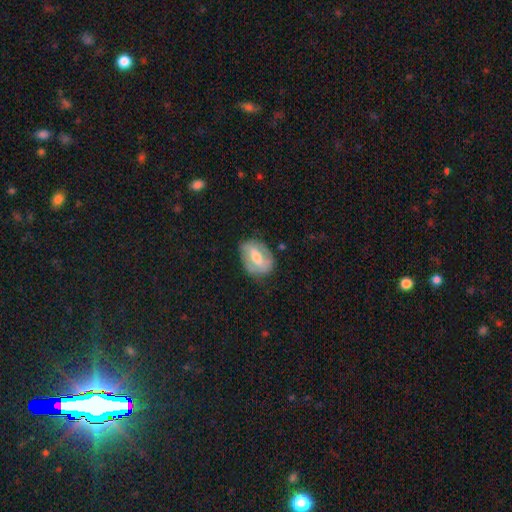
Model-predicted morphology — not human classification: Smooth or featured: featured or disk — 57% (smooth — 36%)
Edge-on disk: no — 93% (yes — 7%)
Bar: strong — 42% (weak — 38%)
Spiral arms: yes — 57% (no — 43%)
Bulge size: moderate — 62% (small — 22%)
Merging: none — 70% (minor disturbance — 21%)